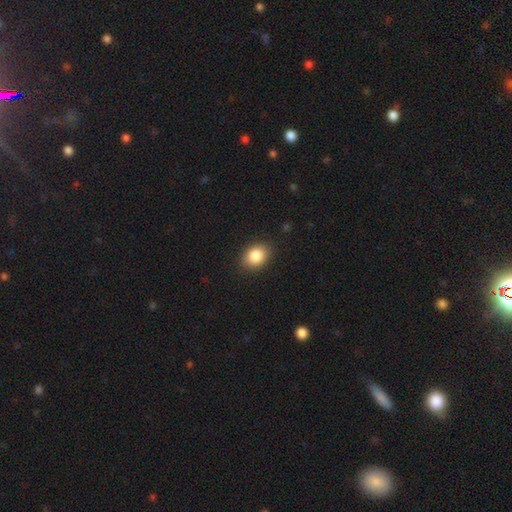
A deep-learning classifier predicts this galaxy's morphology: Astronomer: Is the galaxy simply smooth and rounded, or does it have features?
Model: smooth — 85%.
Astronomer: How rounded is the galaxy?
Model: in between — 64%.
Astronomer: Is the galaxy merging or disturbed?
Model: none — 87%.